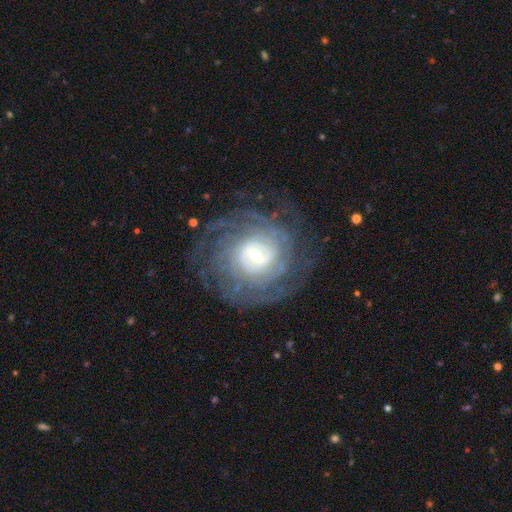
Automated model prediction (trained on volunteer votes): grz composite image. It shows a featured or disk galaxy (88%) with a weak bar (48%), tight (77%) spiral arms (96%) and a small central bulge (50%). Merging: none (78%).